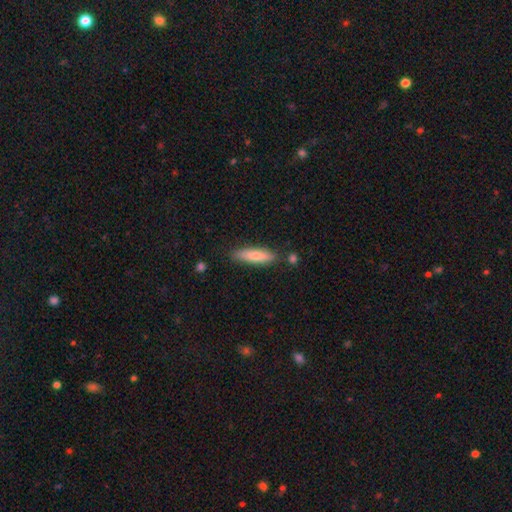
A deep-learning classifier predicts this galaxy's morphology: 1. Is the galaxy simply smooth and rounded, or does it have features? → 75% smooth, 19% featured or disk, 6% star or artifact.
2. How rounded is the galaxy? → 73% cigar-shaped, 26% in between, 2% round.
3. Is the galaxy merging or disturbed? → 80% none, 13% minor disturbance, 4% merger, 3% major disturbance.